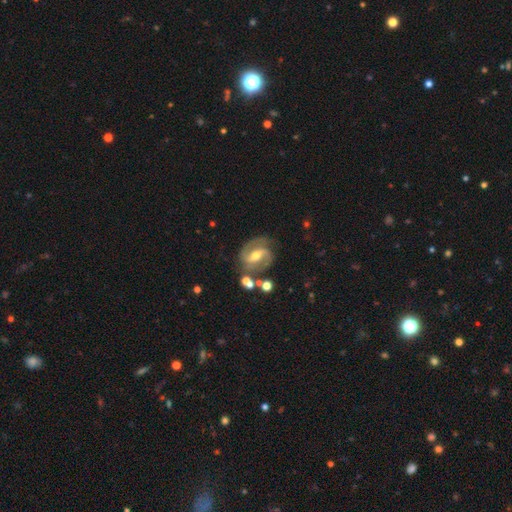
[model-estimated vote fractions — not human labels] Smooth or featured?
  - featured or disk: 88% *
  - smooth: 7%
  - star or artifact: 6%
Edge-on disk?
  - no: 97% *
  - yes: 3%
Bar?
  - strong: 48% *
  - weak: 37%
  - no: 15%
Spiral arms?
  - yes: 96% *
  - no: 4%
Spiral winding?
  - medium: 55% *
  - tight: 29%
  - loose: 16%
Spiral arm count?
  - 2: 90% *
  - can't tell: 3%
  - 3: 3%
  - 1: 2%
  - 4: 1%
  - more than 4: 1%
Bulge size?
  - moderate: 63% *
  - small: 32%
  - large: 3%
  - none: 1%
  - dominant: 1%
Merging?
  - none: 74% *
  - minor disturbance: 15%
  - major disturbance: 6%
  - merger: 5%